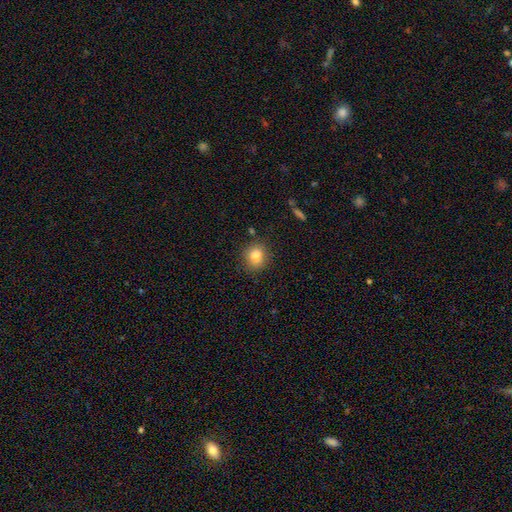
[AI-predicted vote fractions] Overall: smooth (83%). How rounded: round (79%). Merging: none (86%).